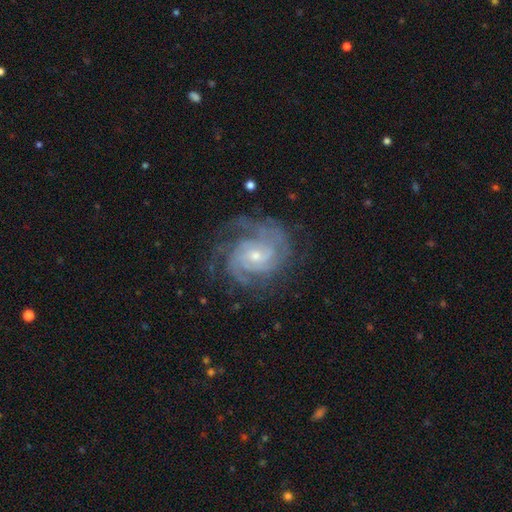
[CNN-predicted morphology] This appears to be a featured or disk galaxy (90%) with no bar (62%), 3 (30%) tight (65%) spiral arms (98%) and a small central bulge (62%). Merging: none (71%).